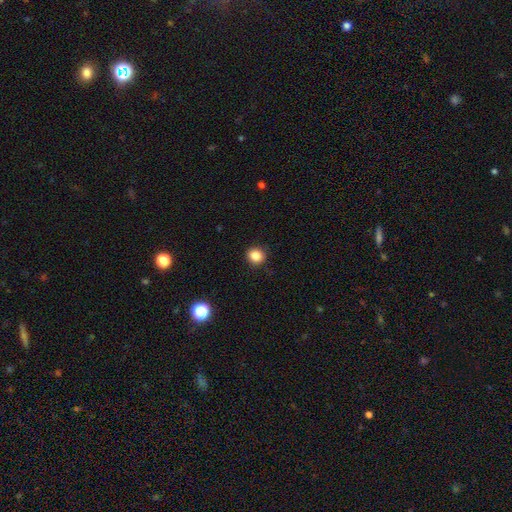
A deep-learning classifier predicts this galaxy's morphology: smooth-or-featured: smooth: 85% | star or artifact: 11% | featured or disk: 4%
  how-rounded: round: 85% | in between: 14% | cigar-shaped: 1%
  merging: none: 90% | minor disturbance: 7% | major disturbance: 2% | merger: 1%